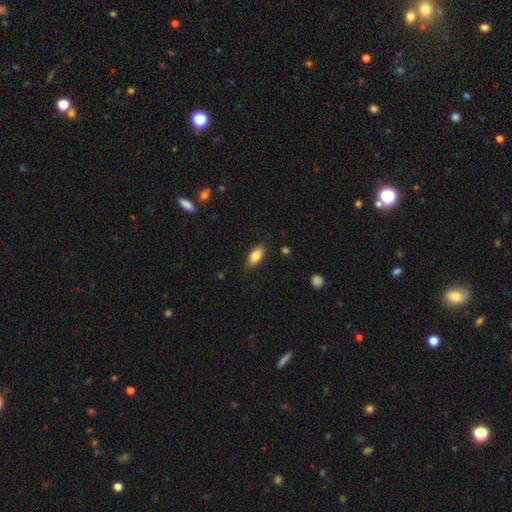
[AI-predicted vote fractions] Morphology: type=smooth (82%); roundness=in between (89%); merging=none (86%).